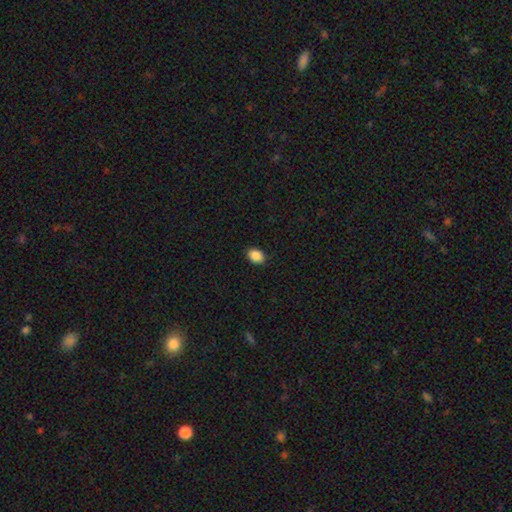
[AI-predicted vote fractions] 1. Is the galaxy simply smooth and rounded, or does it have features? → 88% smooth, 8% star or artifact, 3% featured or disk.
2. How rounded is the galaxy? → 68% in between, 31% round, 1% cigar-shaped.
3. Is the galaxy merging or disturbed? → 89% none, 8% minor disturbance, 2% major disturbance, 1% merger.